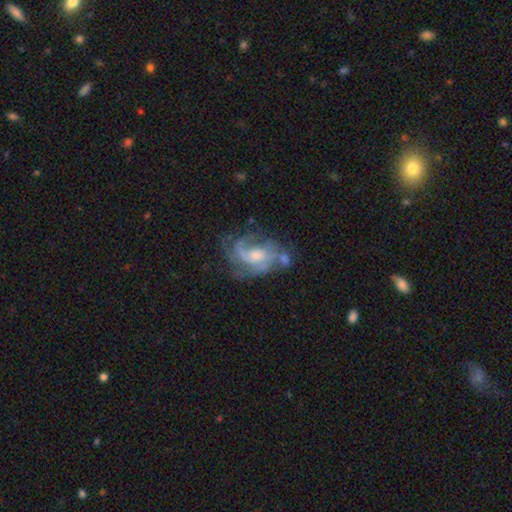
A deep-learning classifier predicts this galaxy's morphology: Overall: featured or disk (81%). Edge-on disk: no (97%). Bar: no (54%; weak 37%). Spiral arms: yes (90%). Spiral arm count: 3 (29%; 2 28%). Spiral winding: medium (46%; tight 29%). Bulge size: moderate (52%; small 37%). Merging: none (49%; minor disturbance 22%).